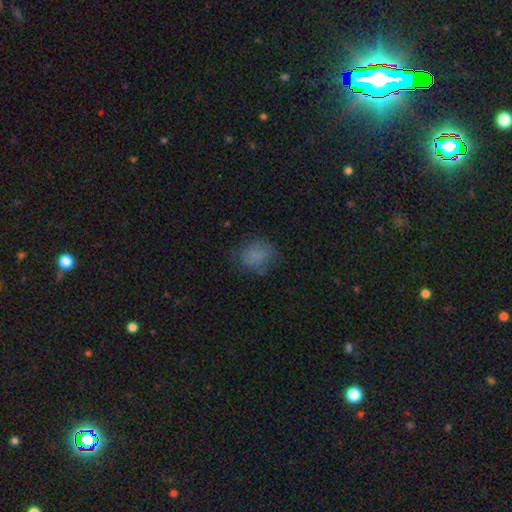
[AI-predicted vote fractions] Q: Smooth or featured?
A: smooth (76%); runner-up: star or artifact (13%)
Q: How rounded?
A: round (57%); runner-up: in between (42%)
Q: Merging?
A: none (64%); runner-up: minor disturbance (23%)